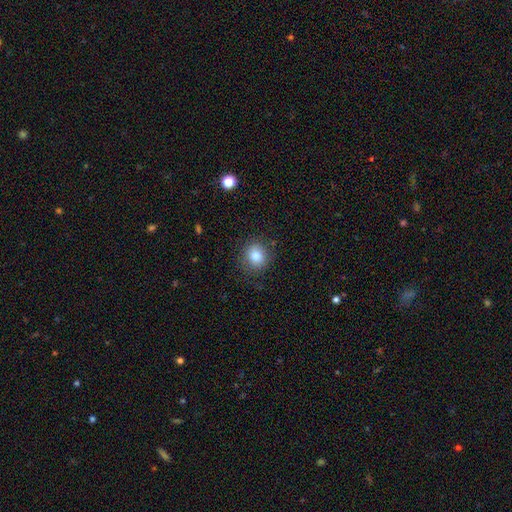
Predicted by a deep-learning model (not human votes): A smooth galaxy with no disk features (83%) that is round (77%).

Vote fractions:
- Smooth or featured? smooth: 83% / star or artifact: 10% / featured or disk: 7%
- How rounded? round: 77% / in between: 22% / cigar-shaped: 1%
- Merging? none: 84% / minor disturbance: 11% / major disturbance: 4% / merger: 1%